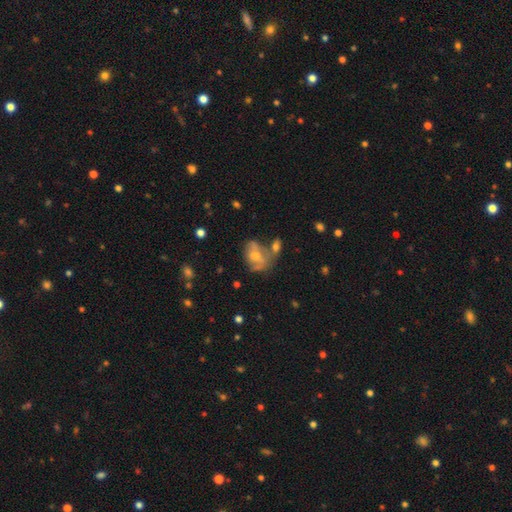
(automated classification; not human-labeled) This is possibly a featured or disk galaxy (50%). Merging: marginally none (39%).